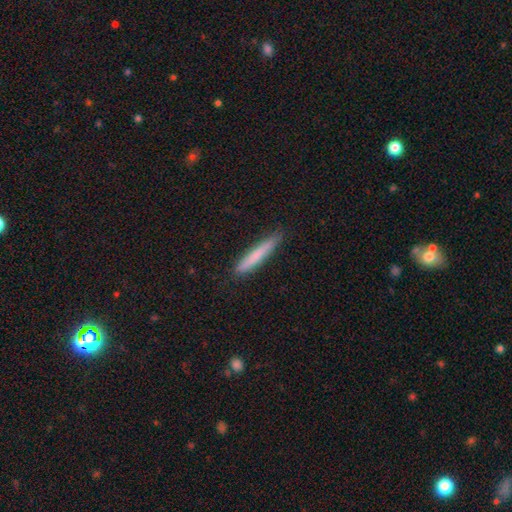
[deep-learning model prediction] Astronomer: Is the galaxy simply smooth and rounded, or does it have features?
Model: smooth — 76%.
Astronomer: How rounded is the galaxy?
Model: cigar-shaped — 95%.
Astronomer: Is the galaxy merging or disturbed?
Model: none — 87%.